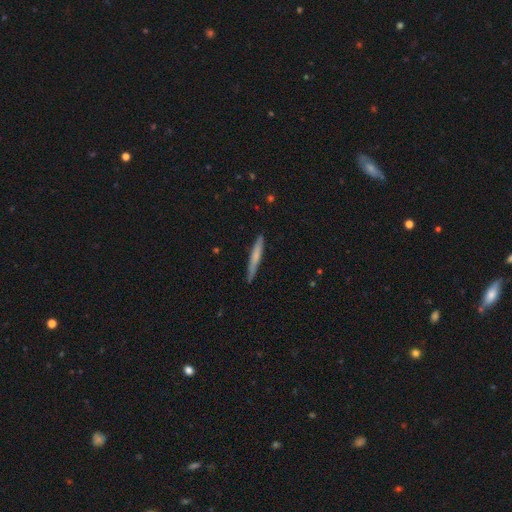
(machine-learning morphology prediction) A smooth galaxy with no disk features (60%) that is cigar-shaped (96%).

Vote fractions:
- Smooth or featured? smooth: 60% / featured or disk: 34% / star or artifact: 6%
- How rounded? cigar-shaped: 96% / in between: 3% / round: 1%
- Merging? none: 86% / minor disturbance: 11% / major disturbance: 2% / merger: 1%